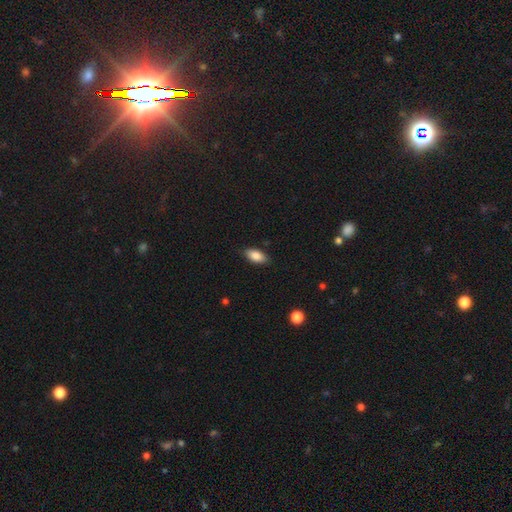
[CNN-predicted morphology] smooth-or-featured: smooth: 87% | star or artifact: 7% | featured or disk: 7%
  how-rounded: in between: 90% | cigar-shaped: 7% | round: 3%
  merging: none: 86% | minor disturbance: 11% | major disturbance: 2% | merger: 1%